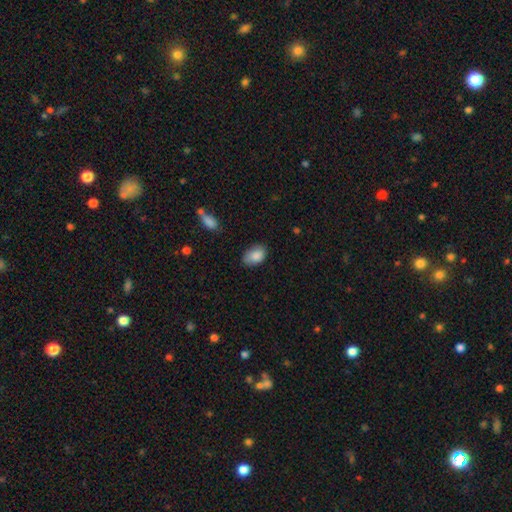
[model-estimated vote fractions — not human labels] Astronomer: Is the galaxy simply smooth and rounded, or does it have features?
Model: smooth — 87%.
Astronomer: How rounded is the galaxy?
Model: in between — 88%.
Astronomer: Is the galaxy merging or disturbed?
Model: none — 74%.